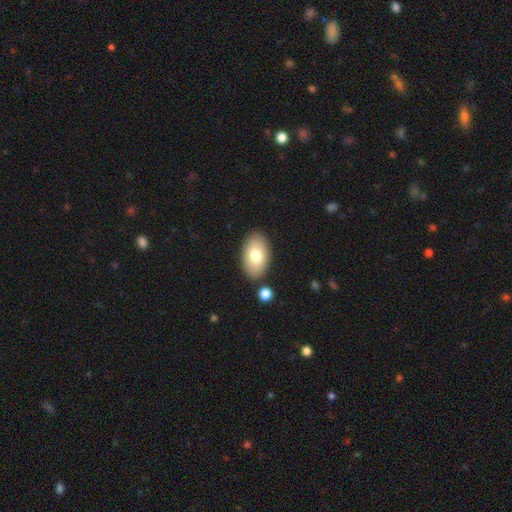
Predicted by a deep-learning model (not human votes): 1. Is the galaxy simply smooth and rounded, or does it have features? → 76% smooth, 17% featured or disk, 7% star or artifact.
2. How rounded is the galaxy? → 93% in between, 6% round, 1% cigar-shaped.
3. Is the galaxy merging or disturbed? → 85% none, 9% minor disturbance, 4% merger, 2% major disturbance.